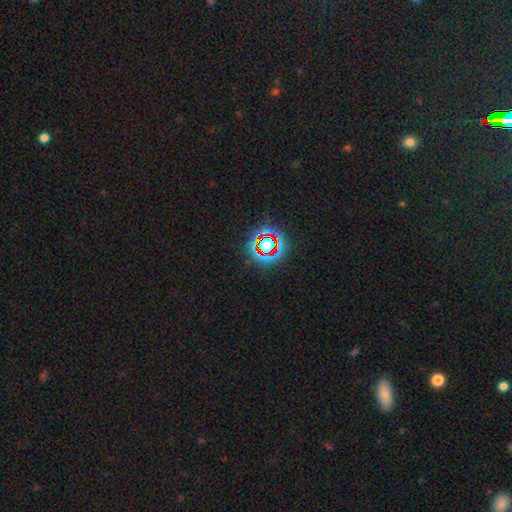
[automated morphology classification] star or artifact 74%, smooth 16%, featured or disk 10%.